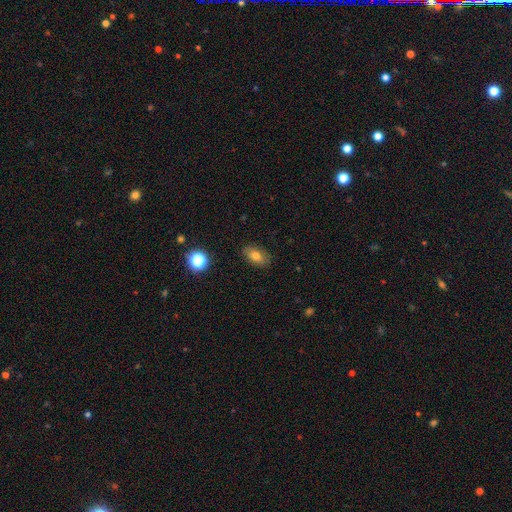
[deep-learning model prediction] Smooth or featured? smooth (73%)
How rounded? in between (86%)
Merging? none (85%)